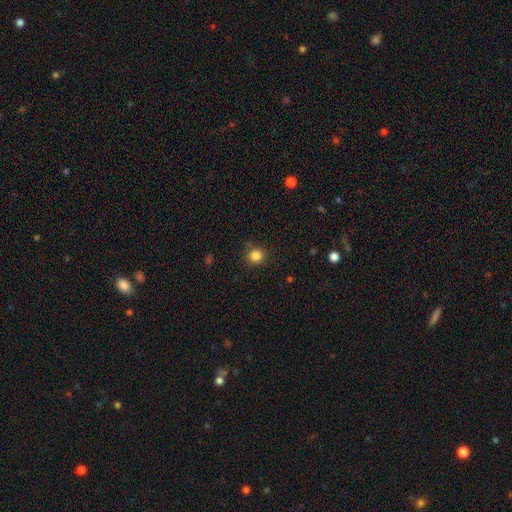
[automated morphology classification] type=smooth (84%); roundness=round (90%); merging=none (88%).